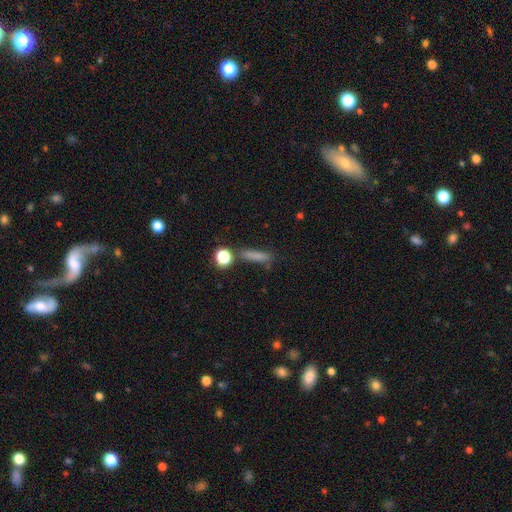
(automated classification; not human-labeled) smooth_or_featured: smooth (p=0.76) [alt: star or artifact p=0.13]
how_rounded: cigar-shaped (p=0.72) [alt: in between p=0.20]
merging: none (p=0.72) [alt: minor disturbance p=0.14]